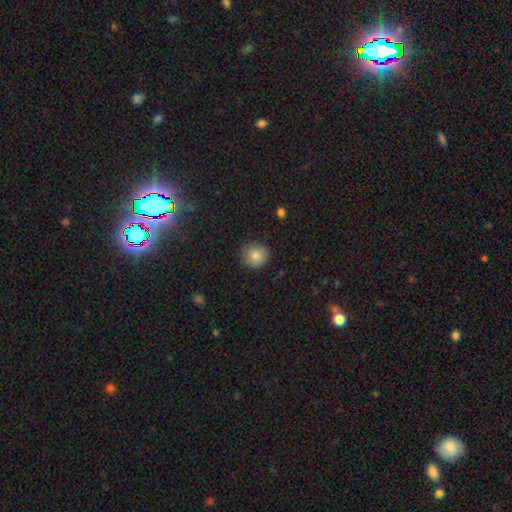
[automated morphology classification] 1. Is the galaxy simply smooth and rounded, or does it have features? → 81% smooth, 10% star or artifact, 9% featured or disk.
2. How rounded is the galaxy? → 90% round, 9% in between, 1% cigar-shaped.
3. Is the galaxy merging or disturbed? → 85% none, 11% minor disturbance, 2% major disturbance, 1% merger.